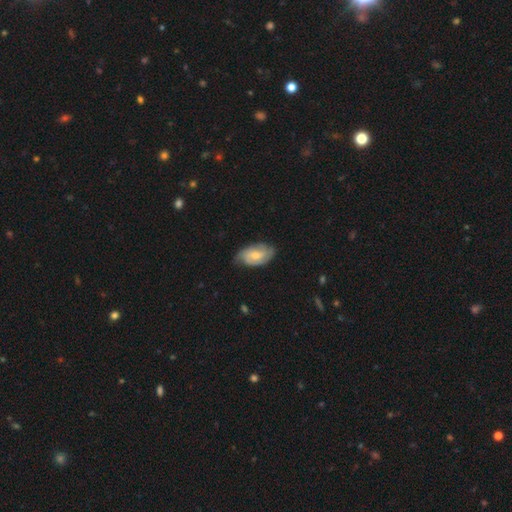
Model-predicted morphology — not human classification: This is likely a featured or disk galaxy (64%). It is clearly not viewed edge-on (95%). Bar: possibly no (51%). Spiral arm pattern: clearly yes (91%). Spiral arm count: possibly 2 (47%). Spiral winding: possibly tight (47%). Central bulge: possibly moderate (48%). Merging: likely none (71%).